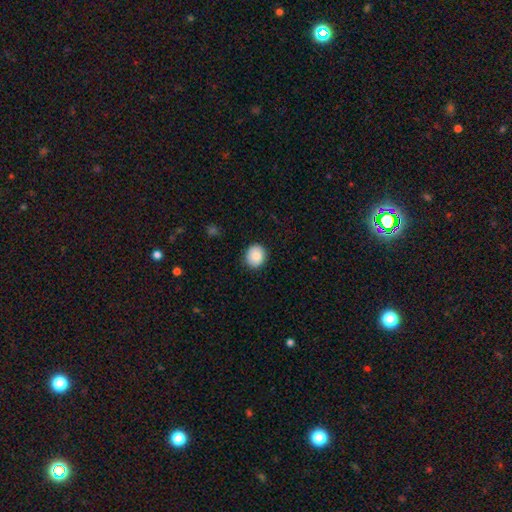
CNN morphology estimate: This appears to be a smooth galaxy with no disk features (88%) that is round (78%). Merging: none (89%).